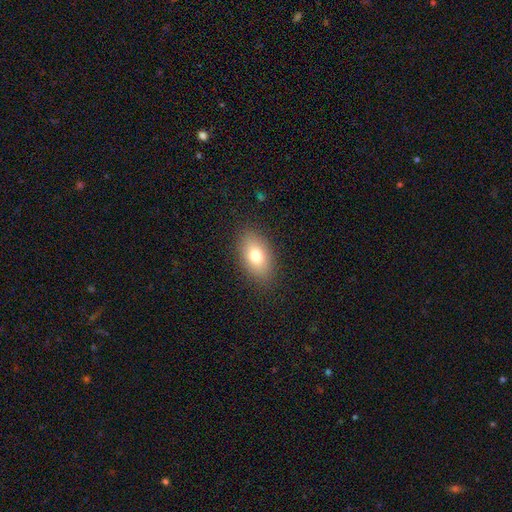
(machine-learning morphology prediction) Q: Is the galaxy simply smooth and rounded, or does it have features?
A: smooth — 75%.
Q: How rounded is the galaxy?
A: in between — 87%.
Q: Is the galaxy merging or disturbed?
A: none — 86%.